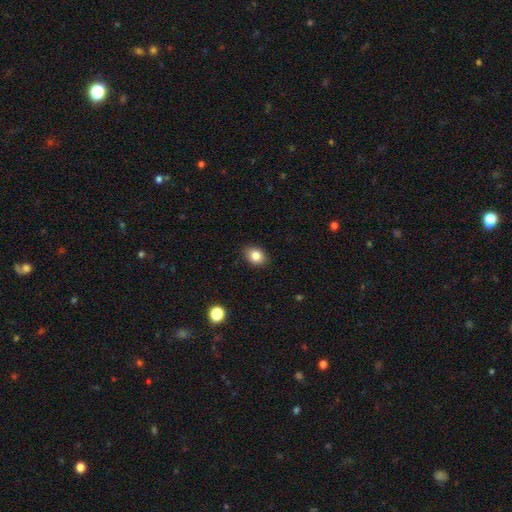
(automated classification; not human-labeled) smooth-or-featured: smooth: 83% | star or artifact: 10% | featured or disk: 7%
  how-rounded: in between: 65% | round: 34% | cigar-shaped: 1%
  merging: none: 87% | minor disturbance: 10% | major disturbance: 2% | merger: 1%